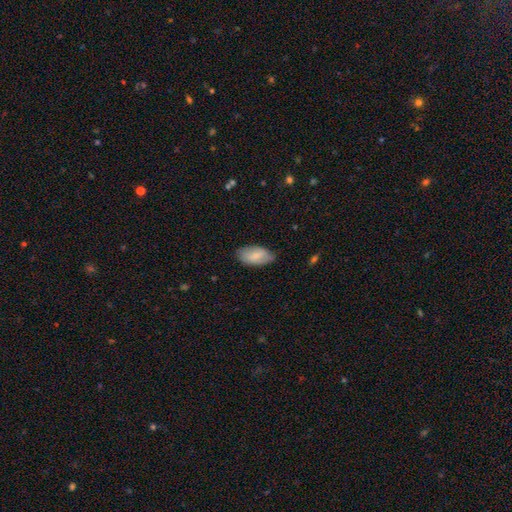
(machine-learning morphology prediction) Smooth or featured?
  - smooth: 77% *
  - featured or disk: 17%
  - star or artifact: 6%
How rounded?
  - in between: 94% *
  - round: 3%
  - cigar-shaped: 3%
Merging?
  - none: 73% *
  - minor disturbance: 22%
  - major disturbance: 4%
  - merger: 1%